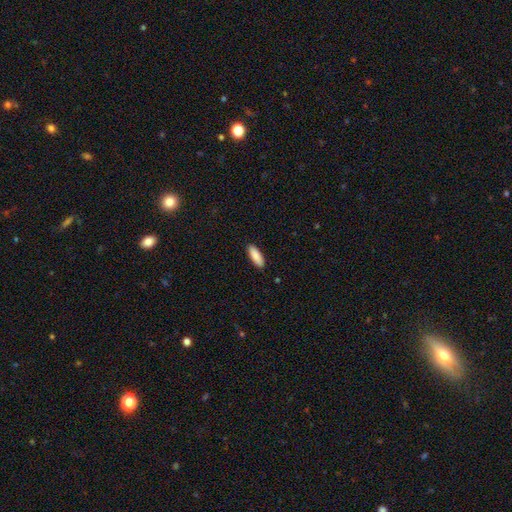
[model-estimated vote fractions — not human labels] smooth_or_featured: smooth (p=0.90) [alt: star or artifact p=0.06]
how_rounded: in between (p=0.65) [alt: cigar-shaped p=0.33]
merging: none (p=0.90) [alt: minor disturbance p=0.07]